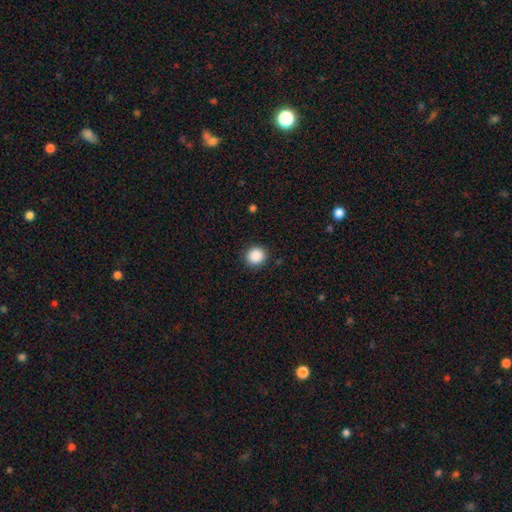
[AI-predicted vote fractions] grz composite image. It shows a smooth galaxy with no disk features (89%) that is round (88%). Merging: none (90%).